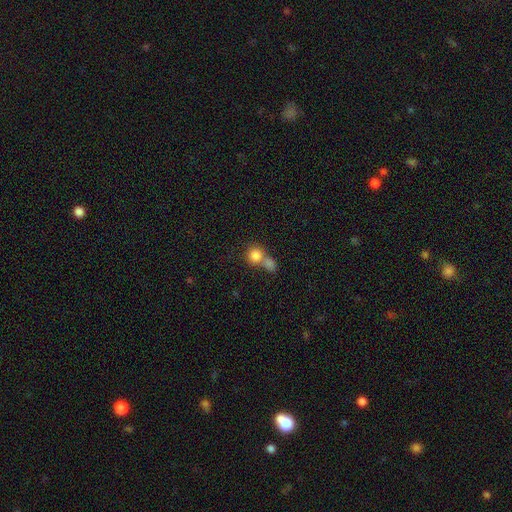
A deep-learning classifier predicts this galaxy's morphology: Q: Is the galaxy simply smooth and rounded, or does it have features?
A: smooth — 82%.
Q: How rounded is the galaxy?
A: round — 83%.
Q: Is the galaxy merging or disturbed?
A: merger — 55%.